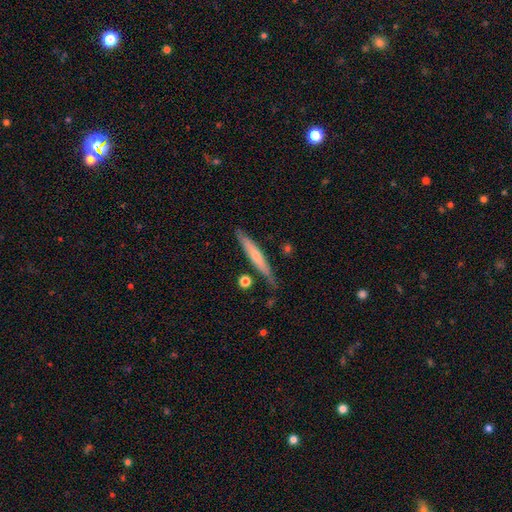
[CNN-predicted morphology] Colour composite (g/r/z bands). It shows a smooth galaxy with no disk features (50%) that is cigar-shaped (94%). Merging: none (80%).